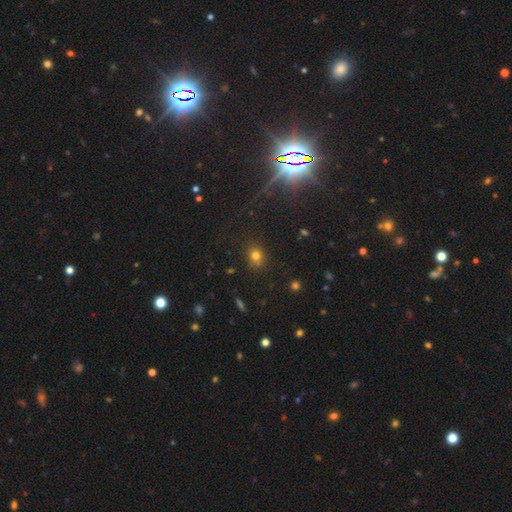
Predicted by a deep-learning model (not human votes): smooth_or_featured: smooth (p=0.73) [alt: star or artifact p=0.20]
how_rounded: round (p=0.69) [alt: in between p=0.29]
merging: none (p=0.80) [alt: minor disturbance p=0.13]